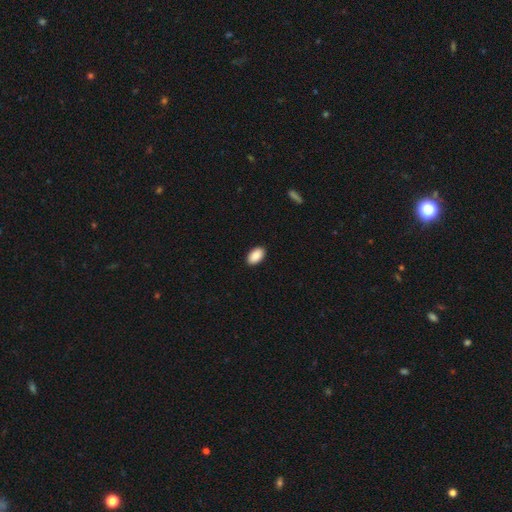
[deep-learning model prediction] A smooth galaxy with no disk features (90%) that is in between round and cigar-shaped (94%).

Vote fractions:
- Smooth or featured? smooth: 90% / star or artifact: 7% / featured or disk: 4%
- How rounded? in between: 94% / round: 5% / cigar-shaped: 1%
- Merging? none: 90% / minor disturbance: 7% / major disturbance: 2% / merger: 1%